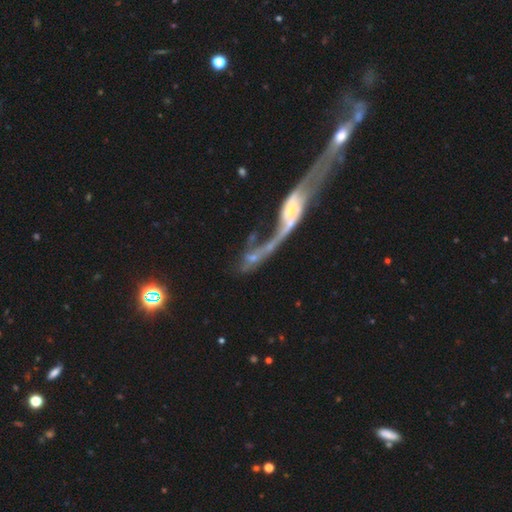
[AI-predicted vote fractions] Smooth or featured? featured or disk (72%)
Edge-on disk? no (82%)
Bar? no (62%)
Spiral arms? yes (72%)
Bulge size? small (54%)
Merging? merger (46%)